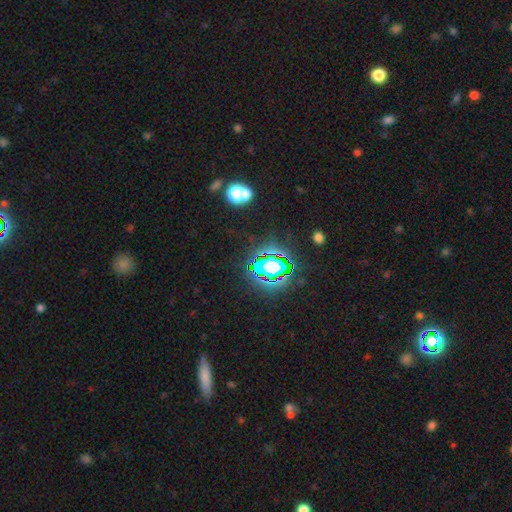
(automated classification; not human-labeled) star or artifact 77%, smooth 15%, featured or disk 8%.